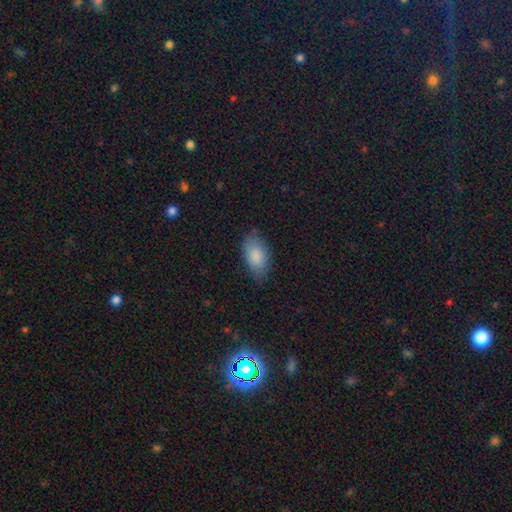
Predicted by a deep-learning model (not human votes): Morphology: type=smooth (86%); roundness=in between (93%); merging=none (74%).